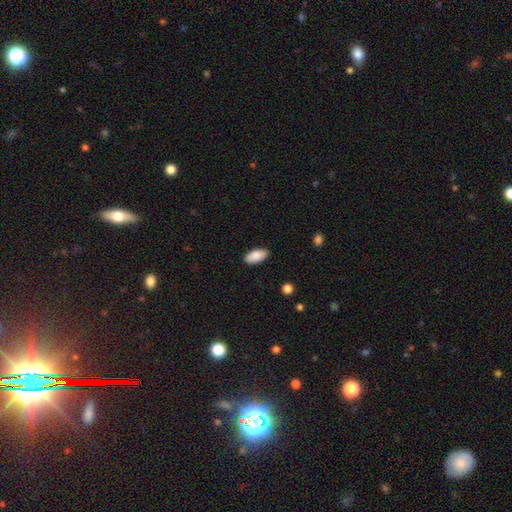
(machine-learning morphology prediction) The model was most divided on "merging": none: 86%, minor disturbance: 10%, major disturbance: 2%, merger: 1%. More confident: how rounded — in between (92%); smooth or featured — smooth (88%).